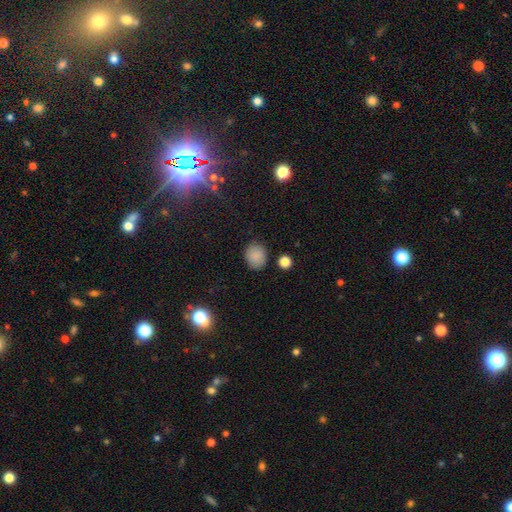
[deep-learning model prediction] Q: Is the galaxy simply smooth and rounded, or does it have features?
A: smooth — 85%.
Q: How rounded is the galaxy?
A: round — 64%.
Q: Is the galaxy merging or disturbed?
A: none — 82%.